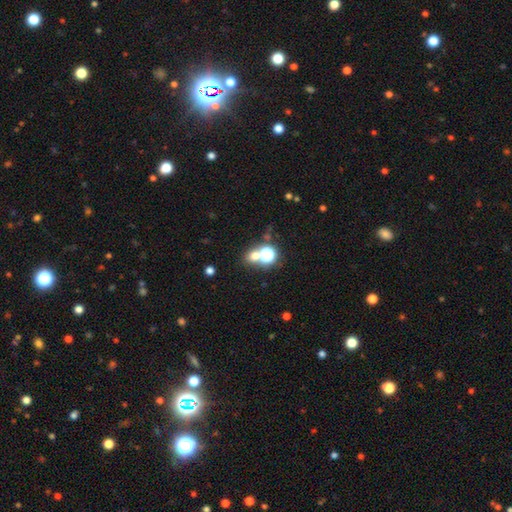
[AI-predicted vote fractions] smooth_or_featured: smooth (p=0.56) [alt: star or artifact p=0.34]
how_rounded: round (p=0.73) [alt: in between p=0.25]
merging: none (p=0.58) [alt: merger p=0.30]